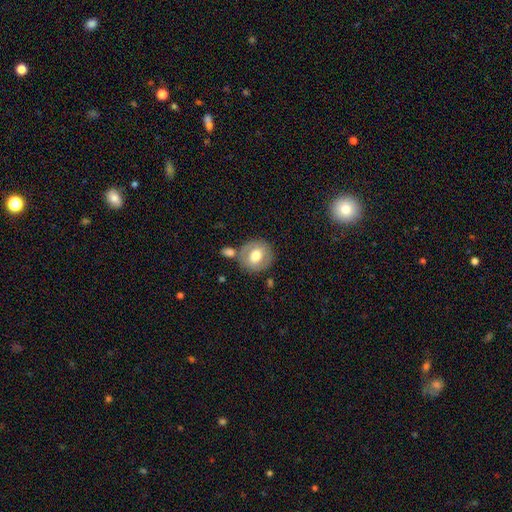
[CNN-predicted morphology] smooth-or-featured: smooth: 61% | featured or disk: 32% | star or artifact: 7%
  how-rounded: round: 78% | in between: 21% | cigar-shaped: 1%
  merging: none: 68% | merger: 14% | minor disturbance: 13% | major disturbance: 5%